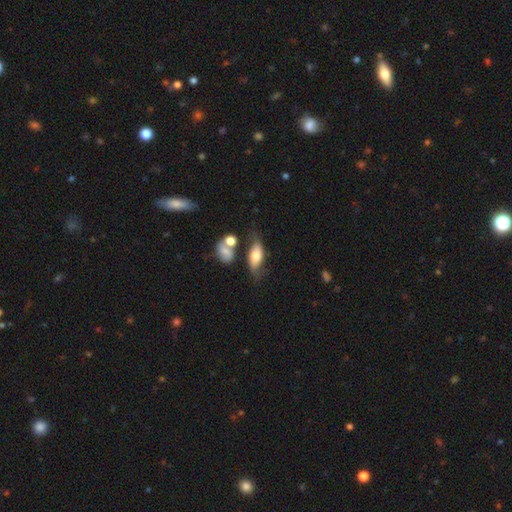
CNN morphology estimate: smooth-or-featured: smooth: 56% | featured or disk: 36% | star or artifact: 8%
  how-rounded: in between: 81% | cigar-shaped: 12% | round: 6%
  merging: none: 48% | minor disturbance: 24% | merger: 15% | major disturbance: 13%